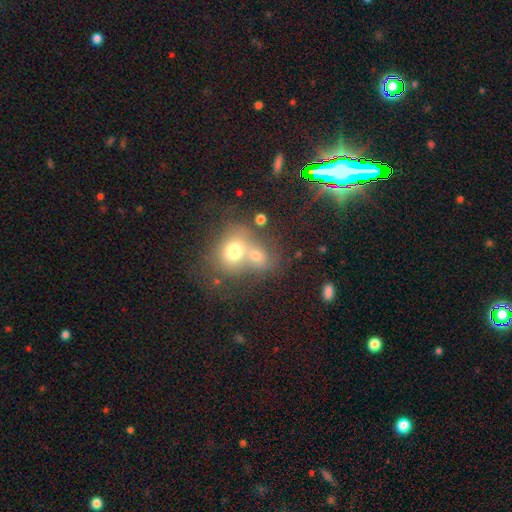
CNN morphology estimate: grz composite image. It shows a smooth galaxy with no disk features (64%) that is round (58%). Merging: merger (65%).